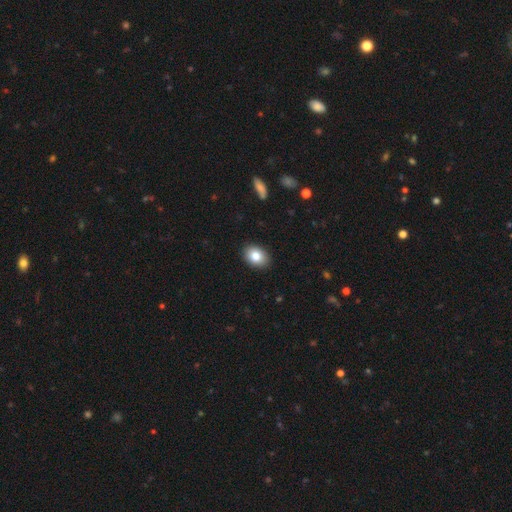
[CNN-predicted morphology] A smooth galaxy with no disk features (83%) that is in between round and cigar-shaped (75%). Merging: none (89%).